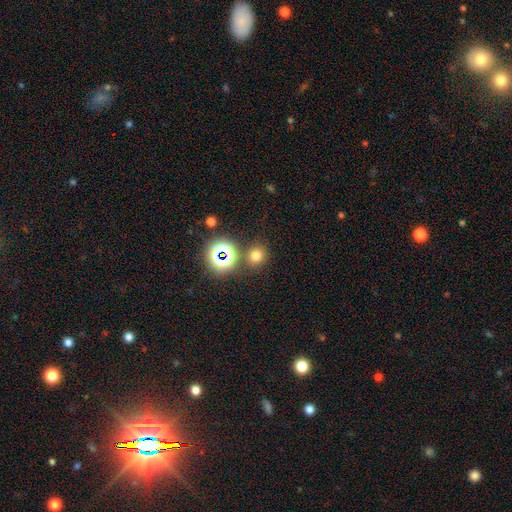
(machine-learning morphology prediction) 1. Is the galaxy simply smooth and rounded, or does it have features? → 69% smooth, 24% star or artifact, 7% featured or disk.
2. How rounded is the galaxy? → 86% round, 13% in between, 1% cigar-shaped.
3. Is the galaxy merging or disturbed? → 82% none, 7% minor disturbance, 7% merger, 3% major disturbance.